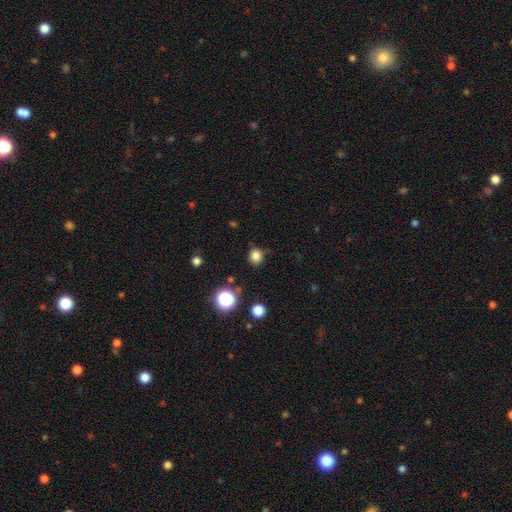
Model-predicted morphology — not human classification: smooth-or-featured: smooth: 81% | star or artifact: 15% | featured or disk: 4%
  how-rounded: round: 83% | in between: 16% | cigar-shaped: 1%
  merging: none: 82% | minor disturbance: 13% | major disturbance: 3% | merger: 2%